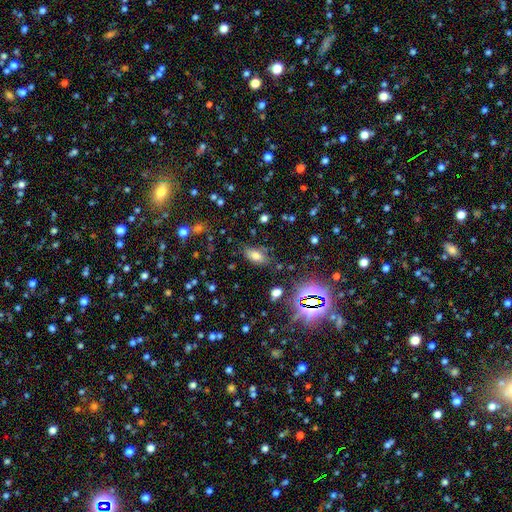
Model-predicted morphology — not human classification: Q: Smooth or featured?
A: smooth (69%); runner-up: star or artifact (18%)
Q: How rounded?
A: in between (87%); runner-up: cigar-shaped (7%)
Q: Merging?
A: none (77%); runner-up: minor disturbance (15%)